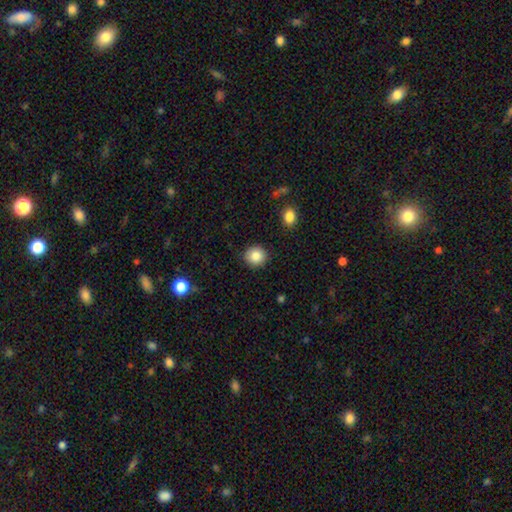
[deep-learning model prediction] Morphology: type=smooth (86%); roundness=round (89%); merging=none (90%).